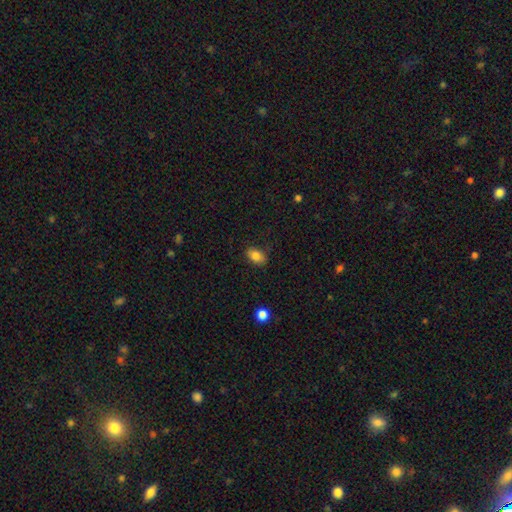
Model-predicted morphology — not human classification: This is clearly a smooth galaxy (84%). How rounded: clearly in between (85%). Merging: clearly none (81%).